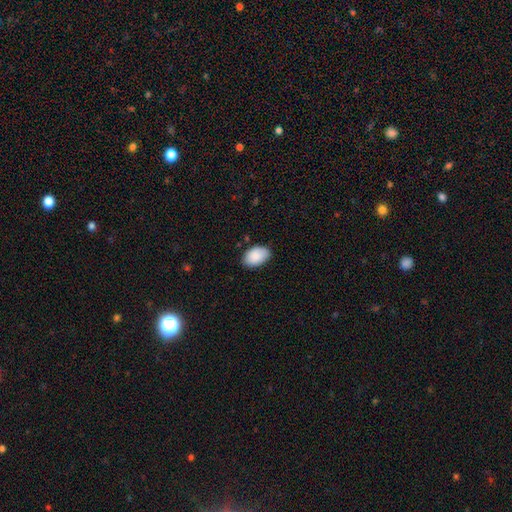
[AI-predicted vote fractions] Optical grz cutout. It shows a smooth galaxy with no disk features (88%) that is in between round and cigar-shaped (90%). Merging: none (79%).